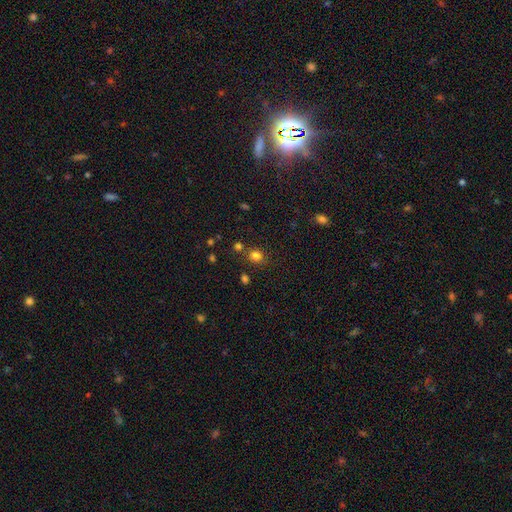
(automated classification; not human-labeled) smooth 79%, star or artifact 16%, featured or disk 5%. Down the decision tree: how rounded — round (75%); merging — none (76%).